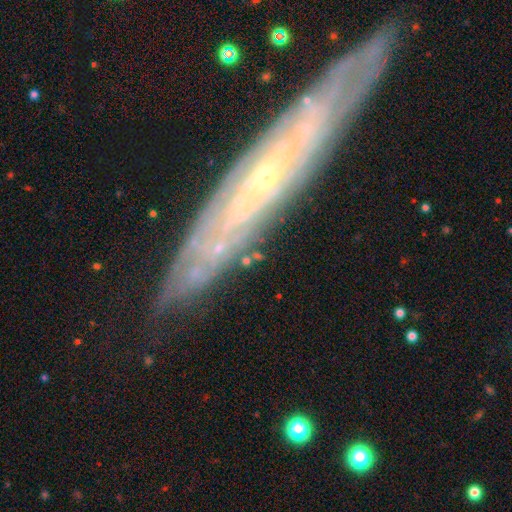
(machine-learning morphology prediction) type=featured or disk (65%); edge-on=no (53%); merging=none (76%).